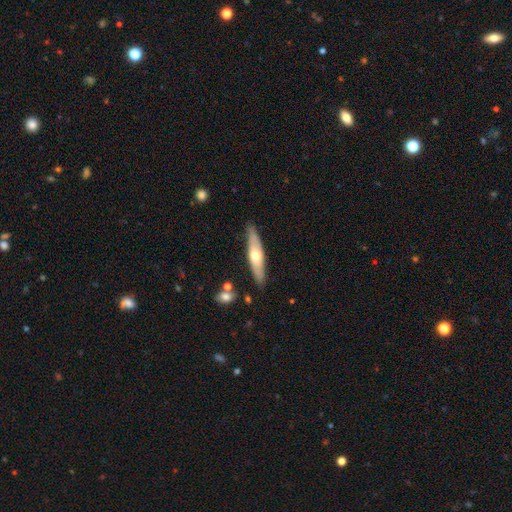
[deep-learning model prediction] Smooth or featured? Predicted: featured or disk (p=0.49). Merging? Predicted: none (p=0.85).